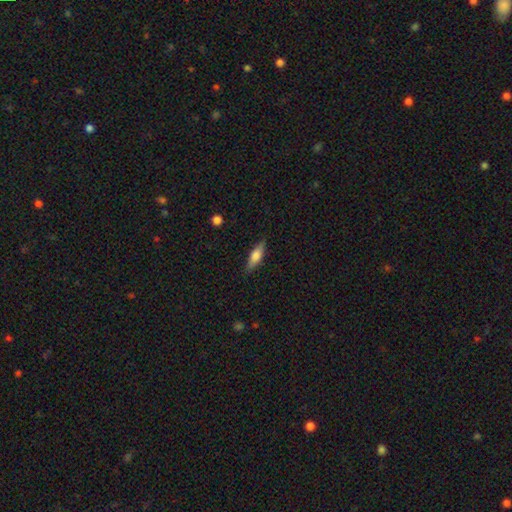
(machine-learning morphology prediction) Smooth or featured? smooth (60%)
How rounded? cigar-shaped (54%)
Merging? none (86%)